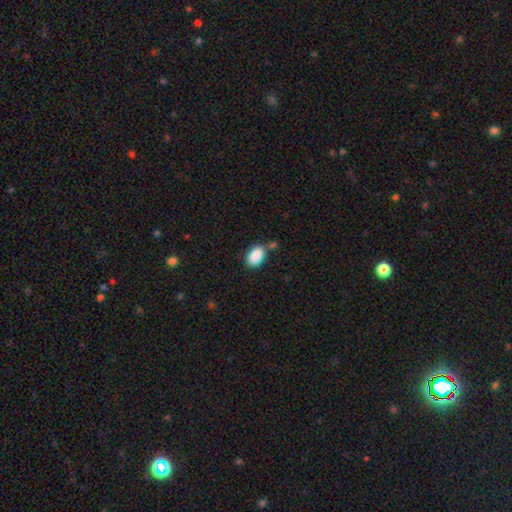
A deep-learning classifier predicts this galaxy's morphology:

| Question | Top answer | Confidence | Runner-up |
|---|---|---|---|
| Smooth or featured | smooth | 90% | star or artifact (7%) |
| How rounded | in between | 91% | round (8%) |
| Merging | none | 75% | minor disturbance (14%) |